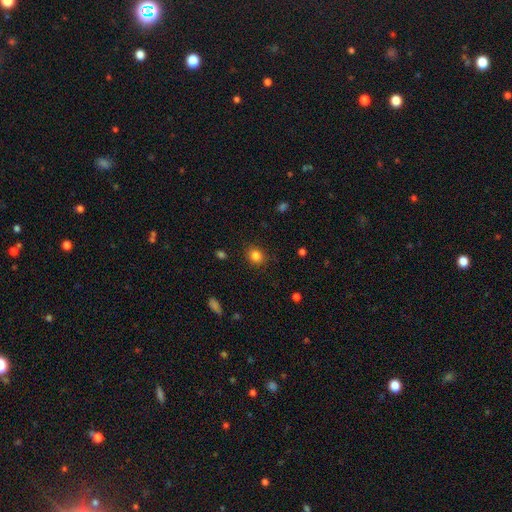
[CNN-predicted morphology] This appears to be a smooth galaxy with no disk features (84%) that is round (76%). Merging: none (88%).